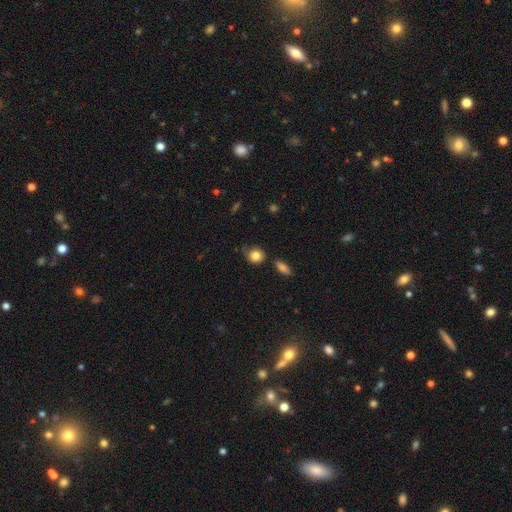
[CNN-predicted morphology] Smooth or featured? Predicted: smooth (p=0.82). How rounded? Predicted: round (p=0.76). Merging? Predicted: none (p=0.59).